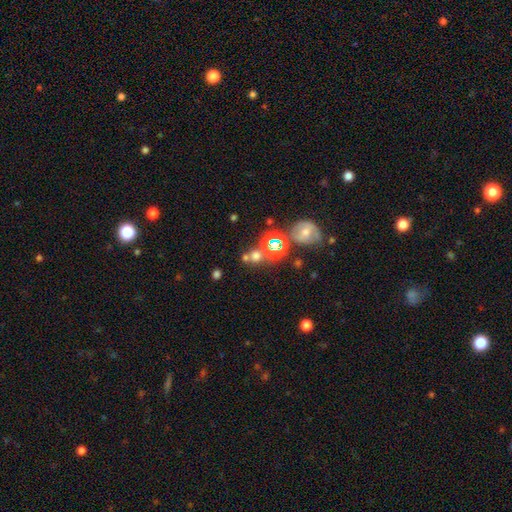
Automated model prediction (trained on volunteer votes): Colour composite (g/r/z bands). It shows a smooth galaxy with no disk features (57%) that is round (83%). Merging: none (59%).